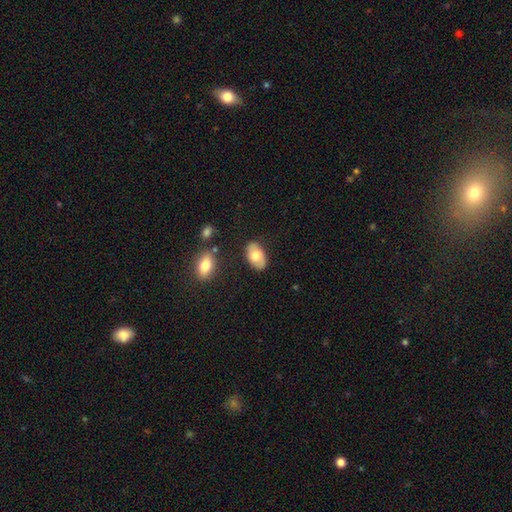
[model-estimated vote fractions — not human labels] A smooth galaxy with no disk features (69%) that is in between round and cigar-shaped (93%). Merging: none (81%).